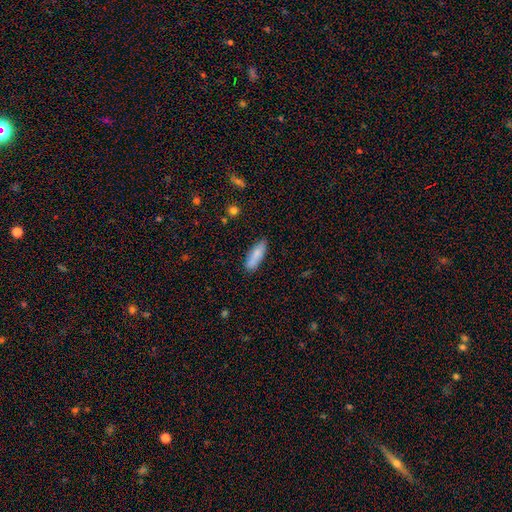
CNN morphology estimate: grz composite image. It shows a smooth galaxy with no disk features (80%) that is cigar-shaped (50%). Merging: none (80%).